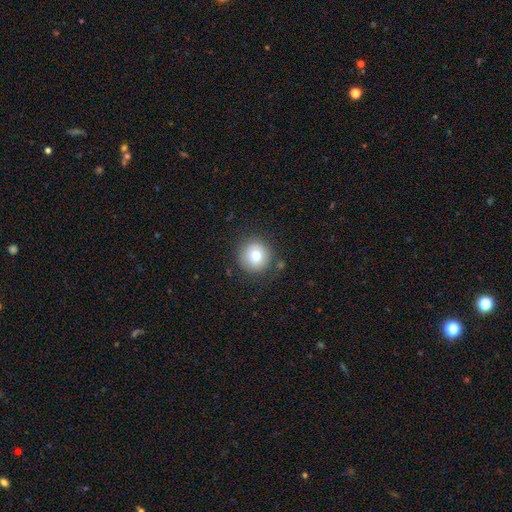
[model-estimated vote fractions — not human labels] smooth_or_featured: smooth (p=0.74) [alt: featured or disk p=0.14]
how_rounded: round (p=0.96) [alt: in between p=0.03]
merging: none (p=0.87) [alt: minor disturbance p=0.08]